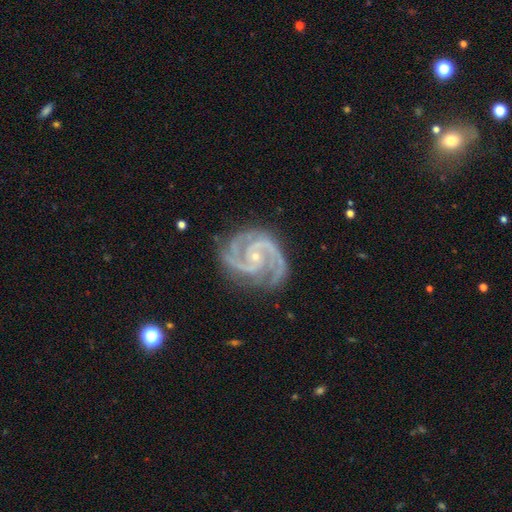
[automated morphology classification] The model was most divided on "spiral winding": medium: 51%, tight: 44%, loose: 5%. More confident: spiral arms — yes (99%); edge-on disk — no (98%); smooth or featured — featured or disk (93%); bulge size — small (83%); merging — none (77%); bar — no (62%); spiral arm count — 2 (60%).